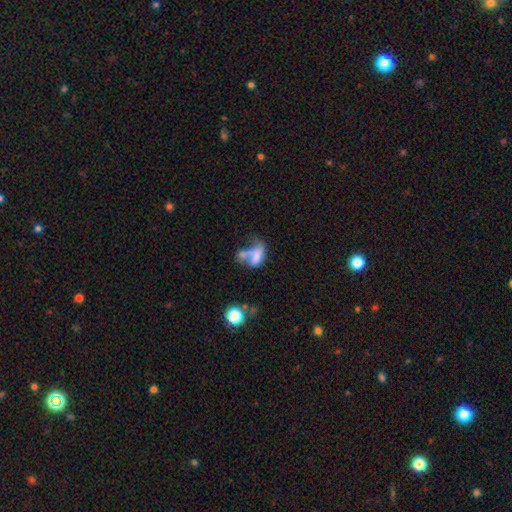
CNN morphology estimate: A smooth galaxy with no disk features (52%) that is in between round and cigar-shaped (82%). Merging: merger (47%).